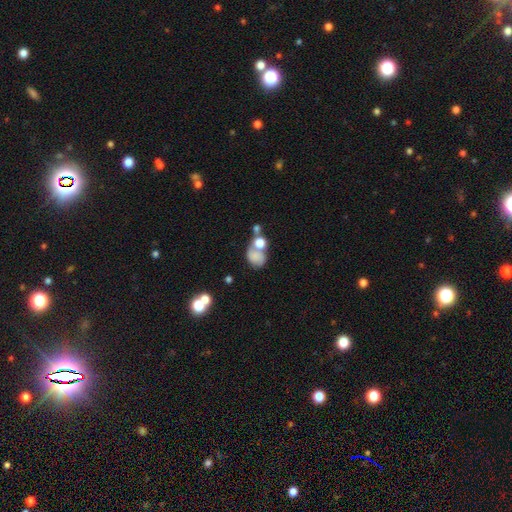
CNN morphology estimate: A smooth galaxy with no disk features (67%) that is round (52%). Merging: merger (41%).